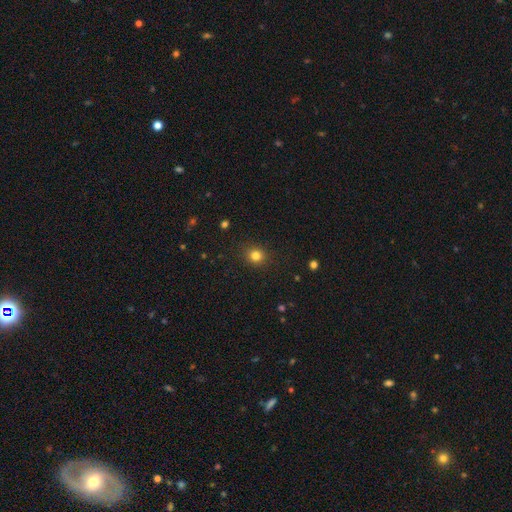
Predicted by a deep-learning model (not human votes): A smooth galaxy with no disk features (82%) that is round (80%).

Vote fractions:
- Smooth or featured? smooth: 82% / star or artifact: 13% / featured or disk: 5%
- How rounded? round: 80% / in between: 19% / cigar-shaped: 1%
- Merging? none: 90% / minor disturbance: 7% / major disturbance: 2% / merger: 1%